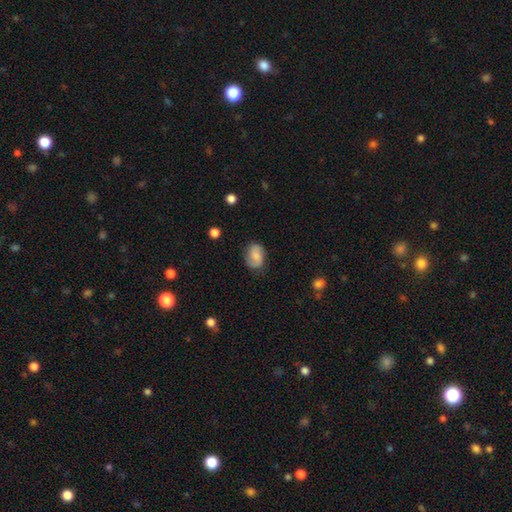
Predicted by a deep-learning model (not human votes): Q: Smooth or featured?
A: smooth (56%); runner-up: featured or disk (35%)
Q: How rounded?
A: in between (72%); runner-up: round (26%)
Q: Merging?
A: none (73%); runner-up: minor disturbance (20%)